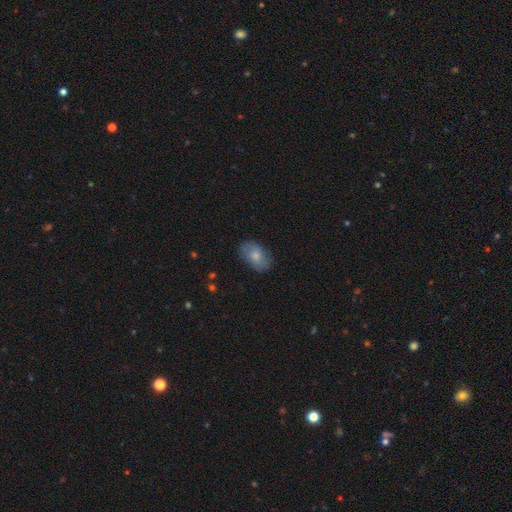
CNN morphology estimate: type=smooth (71%); roundness=in between (89%); merging=none (79%).